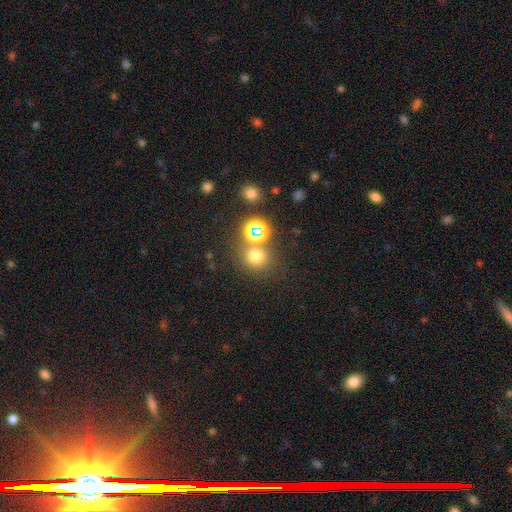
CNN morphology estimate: Q: Smooth or featured?
A: smooth (67%); runner-up: star or artifact (26%)
Q: How rounded?
A: round (83%); runner-up: in between (16%)
Q: Merging?
A: none (70%); runner-up: merger (17%)